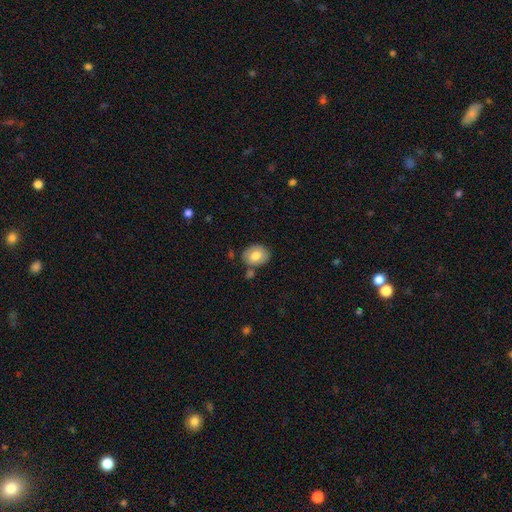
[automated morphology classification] Overall: smooth (75%). How rounded: in between (54%; round 45%). Merging: none (74%).